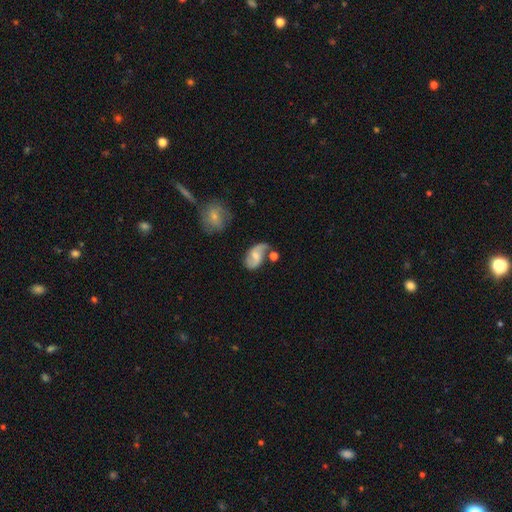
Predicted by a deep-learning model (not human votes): Smooth or featured?
  - featured or disk: 74% *
  - smooth: 19%
  - star or artifact: 6%
Edge-on disk?
  - no: 97% *
  - yes: 3%
Bar?
  - weak: 45% *
  - no: 44%
  - strong: 11%
Spiral arms?
  - yes: 92% *
  - no: 8%
Spiral winding?
  - loose: 54% *
  - medium: 35%
  - tight: 11%
Spiral arm count?
  - 2: 87% *
  - 1: 5%
  - can't tell: 5%
  - 3: 1%
  - 4: 1%
  - more than 4: 1%
Bulge size?
  - small: 45% *
  - moderate: 43%
  - none: 8%
  - large: 3%
  - dominant: 1%
Merging?
  - none: 55% *
  - minor disturbance: 22%
  - merger: 13%
  - major disturbance: 10%